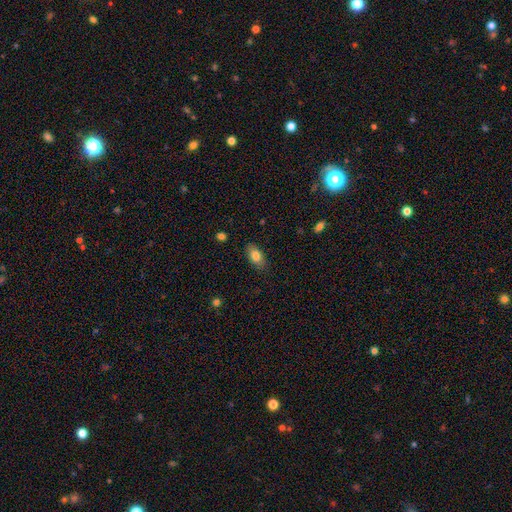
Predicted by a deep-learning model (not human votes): Q: Smooth or featured?
A: smooth (82%); runner-up: featured or disk (11%)
Q: How rounded?
A: in between (90%); runner-up: cigar-shaped (6%)
Q: Merging?
A: none (85%); runner-up: minor disturbance (11%)